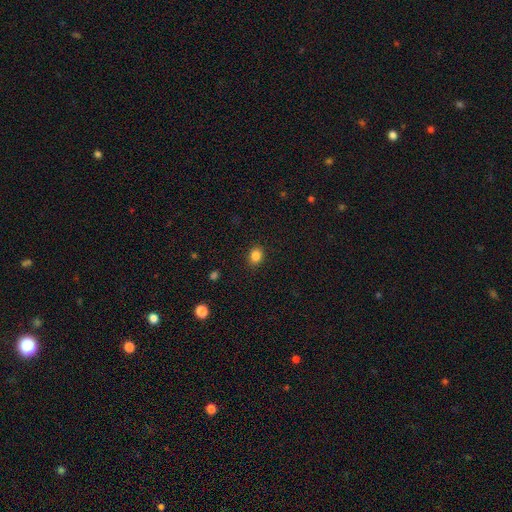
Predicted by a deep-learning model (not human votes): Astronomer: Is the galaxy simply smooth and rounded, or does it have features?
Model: smooth — 85%.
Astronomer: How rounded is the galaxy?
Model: round — 51% (runner-up: in between, 48%).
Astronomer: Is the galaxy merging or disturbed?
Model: none — 89%.